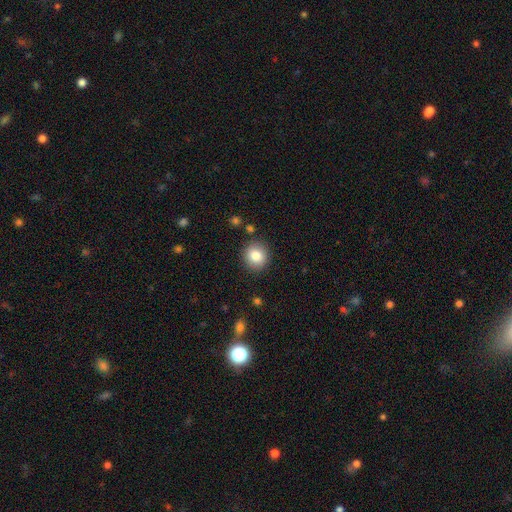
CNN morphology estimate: A smooth galaxy with no disk features (84%) that is round (88%).

Vote fractions:
- Smooth or featured? smooth: 84% / star or artifact: 9% / featured or disk: 7%
- How rounded? round: 88% / in between: 11% / cigar-shaped: 1%
- Merging? none: 89% / minor disturbance: 7% / major disturbance: 2% / merger: 2%